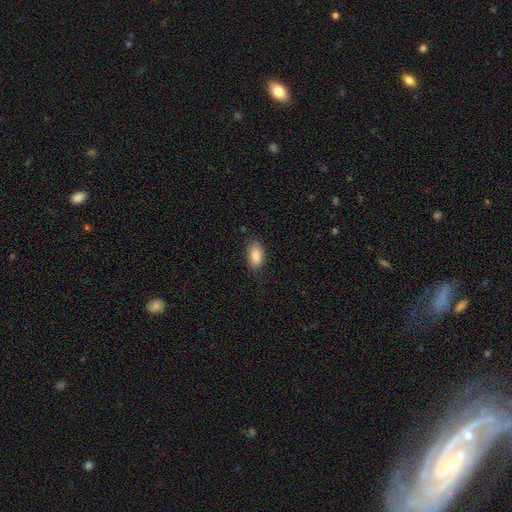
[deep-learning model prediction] Morphology: type=smooth (87%); roundness=in between (92%); merging=none (78%).